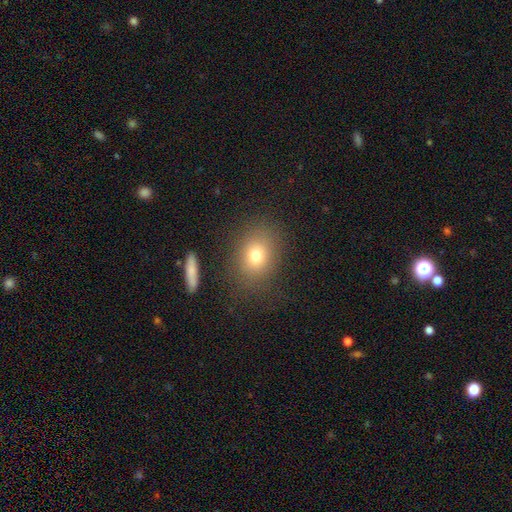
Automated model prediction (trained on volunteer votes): This is likely a smooth galaxy (75%). How rounded: possibly in between (50%). Merging: clearly none (81%).